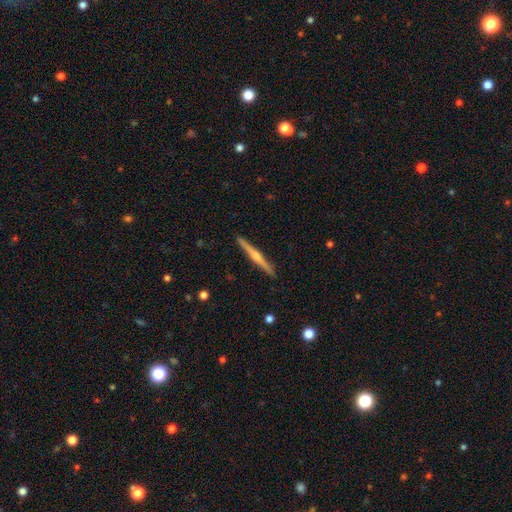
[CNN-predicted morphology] A featured or disk galaxy (71%) viewed edge-on (98%) with a rounded central bulge (80%).

Vote fractions:
- Smooth or featured? featured or disk: 71% / smooth: 23% / star or artifact: 6%
- Edge-on disk? yes: 98% / no: 2%
- Edge-on bulge? rounded: 80% / none: 13% / boxy: 7%
- Merging? none: 92% / minor disturbance: 5% / major disturbance: 1% / merger: 1%